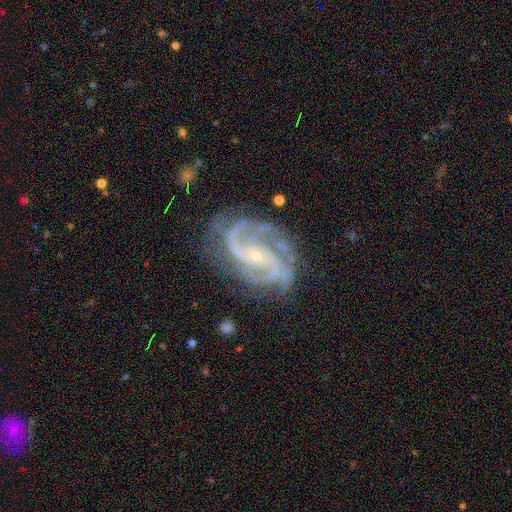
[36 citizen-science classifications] This is clearly a featured or disk galaxy (100%). It is clearly not viewed edge-on (97%). Bar: possibly no (54%). Spiral arm pattern: clearly yes (100%). Spiral arm count: possibly 2 (54%). Spiral winding: possibly medium (57%). Central bulge: clearly small (86%). Merging: possibly none (56%).